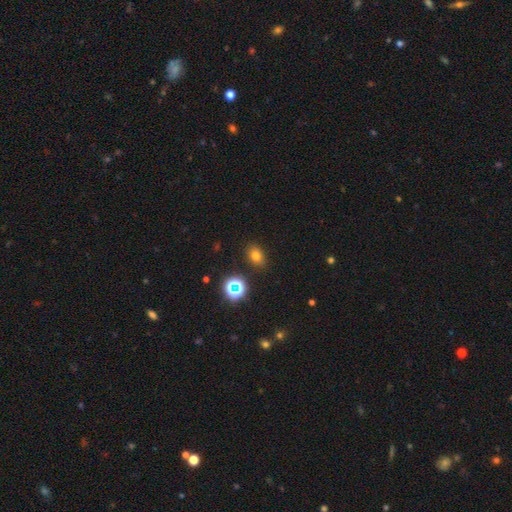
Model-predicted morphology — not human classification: Smooth or featured: smooth — 71% (star or artifact — 20%)
How rounded: in between — 64% (round — 35%)
Merging: none — 85% (minor disturbance — 10%)